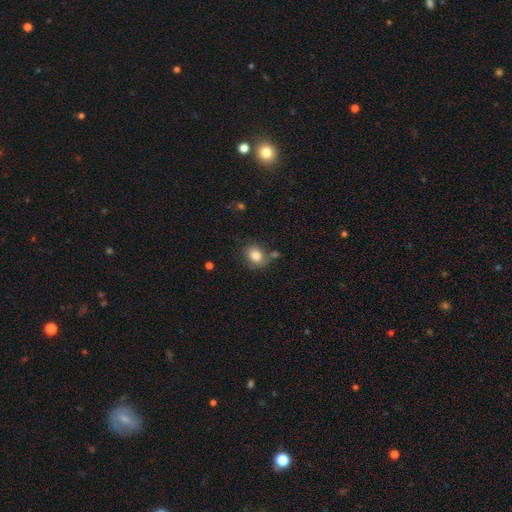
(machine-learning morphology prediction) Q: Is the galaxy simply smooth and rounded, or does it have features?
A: smooth — 82%.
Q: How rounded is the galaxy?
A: in between — 50%.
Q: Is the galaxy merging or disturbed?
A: none — 69%.